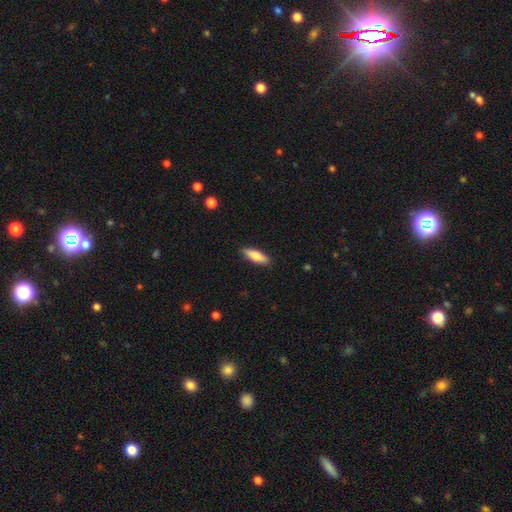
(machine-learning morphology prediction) Smooth or featured? Predicted: smooth (p=0.76). How rounded? Predicted: cigar-shaped (p=0.50). Merging? Predicted: none (p=0.88).